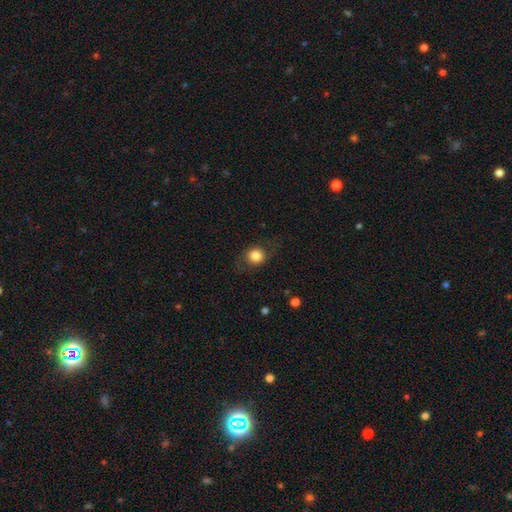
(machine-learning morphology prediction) Smooth or featured? Predicted: smooth (p=0.77). How rounded? Predicted: round (p=0.79). Merging? Predicted: none (p=0.73).